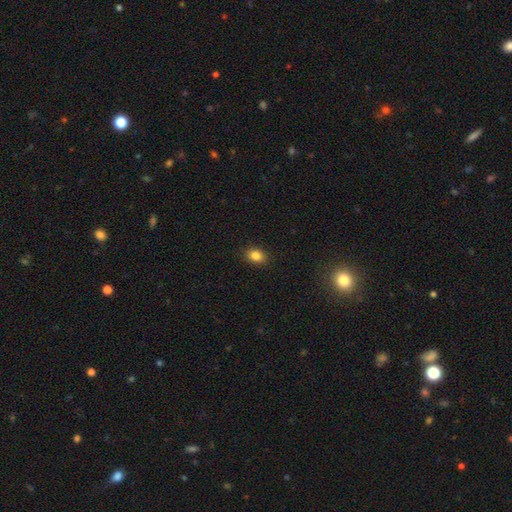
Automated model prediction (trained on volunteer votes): smooth_or_featured: smooth (p=0.84) [alt: star or artifact p=0.10]
how_rounded: in between (p=0.64) [alt: round p=0.35]
merging: none (p=0.89) [alt: minor disturbance p=0.08]